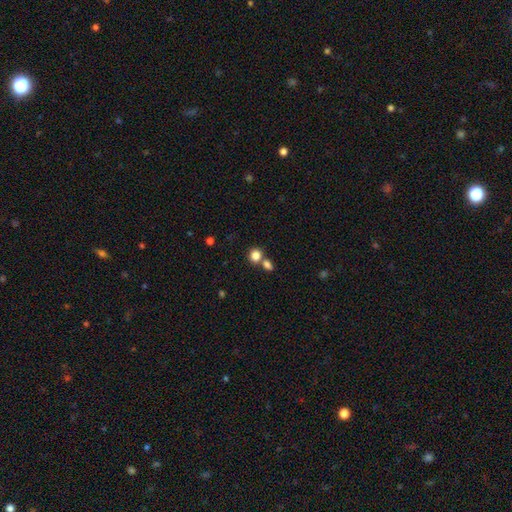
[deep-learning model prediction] Smooth or featured?
  - smooth: 83% *
  - star or artifact: 11%
  - featured or disk: 6%
How rounded?
  - round: 79% *
  - in between: 20%
  - cigar-shaped: 1%
Merging?
  - none: 54% *
  - merger: 35%
  - minor disturbance: 8%
  - major disturbance: 3%